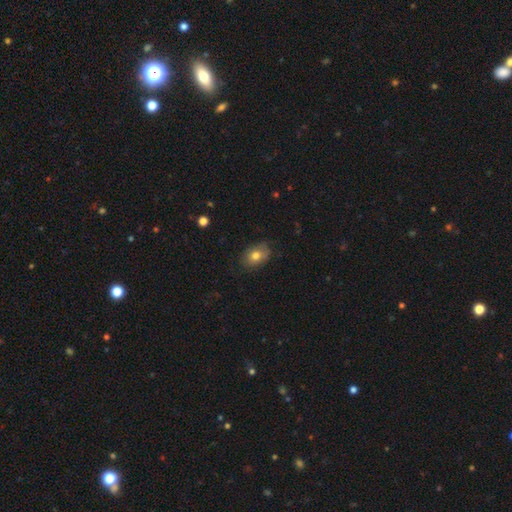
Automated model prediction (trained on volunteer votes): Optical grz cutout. It shows a smooth galaxy with no disk features (77%) that is in between round and cigar-shaped (76%). Merging: none (79%).